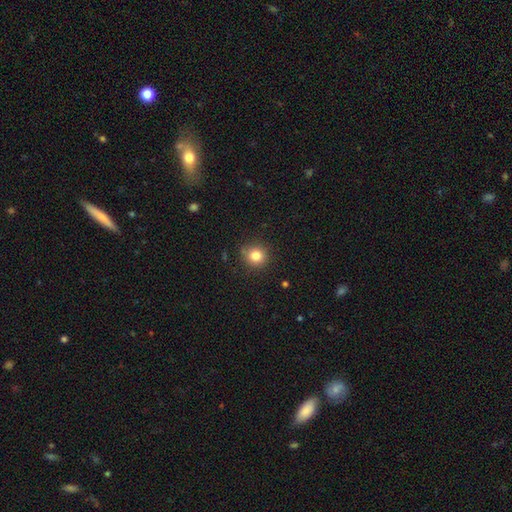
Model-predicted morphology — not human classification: A smooth galaxy with no disk features (82%) that is round (90%).

Vote fractions:
- Smooth or featured? smooth: 82% / star or artifact: 12% / featured or disk: 6%
- How rounded? round: 90% / in between: 9% / cigar-shaped: 1%
- Merging? none: 85% / minor disturbance: 11% / major disturbance: 3% / merger: 1%